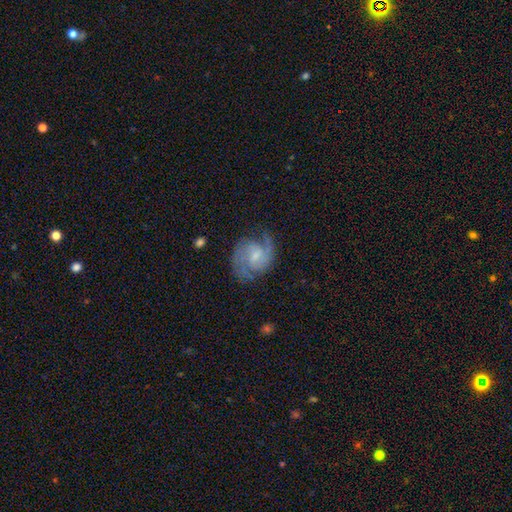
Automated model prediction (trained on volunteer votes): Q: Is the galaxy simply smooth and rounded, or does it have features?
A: featured or disk — 85%.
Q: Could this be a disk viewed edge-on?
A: no — 98%.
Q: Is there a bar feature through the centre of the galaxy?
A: weak — 49%.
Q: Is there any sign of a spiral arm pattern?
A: yes — 97%.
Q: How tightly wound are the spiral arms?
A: medium — 48%.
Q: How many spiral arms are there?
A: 2 — 64%.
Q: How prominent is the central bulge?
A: small — 56%.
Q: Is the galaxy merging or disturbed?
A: none — 72%.